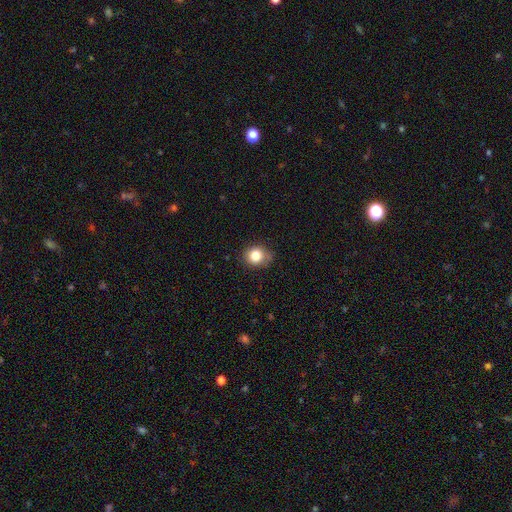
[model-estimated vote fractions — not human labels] A smooth galaxy with no disk features (81%) that is round (72%). Merging: none (74%).